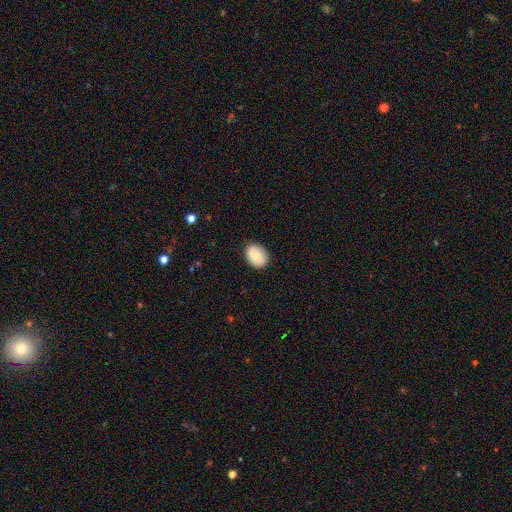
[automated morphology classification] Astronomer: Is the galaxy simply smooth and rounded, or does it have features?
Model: smooth — 81%.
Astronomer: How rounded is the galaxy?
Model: in between — 67%.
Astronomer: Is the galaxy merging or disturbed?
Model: none — 86%.